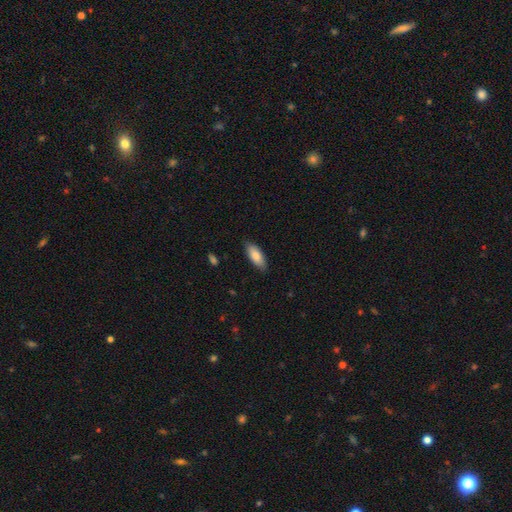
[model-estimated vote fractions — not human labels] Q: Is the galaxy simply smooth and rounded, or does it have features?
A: smooth — 82%.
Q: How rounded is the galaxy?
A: in between — 79%.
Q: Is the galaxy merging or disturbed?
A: none — 85%.